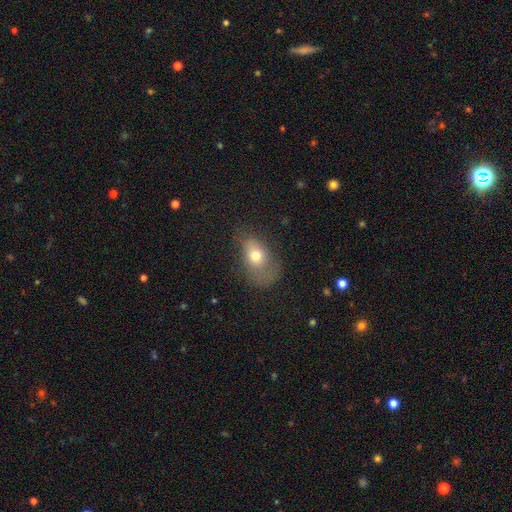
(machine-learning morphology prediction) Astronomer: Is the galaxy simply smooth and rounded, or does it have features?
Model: smooth — 69%.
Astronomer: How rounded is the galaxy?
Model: in between — 77%.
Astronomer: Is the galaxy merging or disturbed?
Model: none — 40% (runner-up: minor disturbance, 31%).